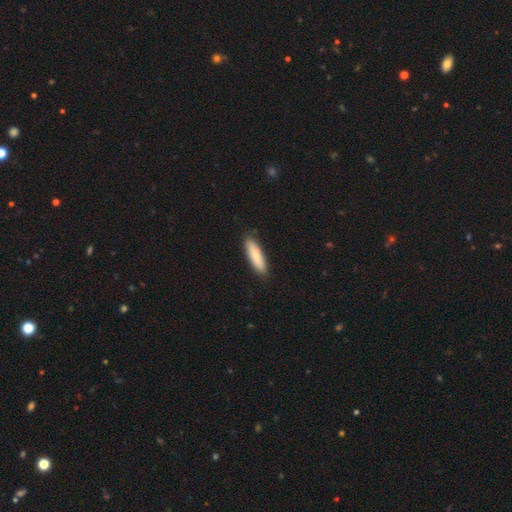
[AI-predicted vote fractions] The model was most divided on "how rounded": cigar-shaped: 66%, in between: 32%, round: 1%. More confident: merging — none (88%); smooth or featured — smooth (86%).